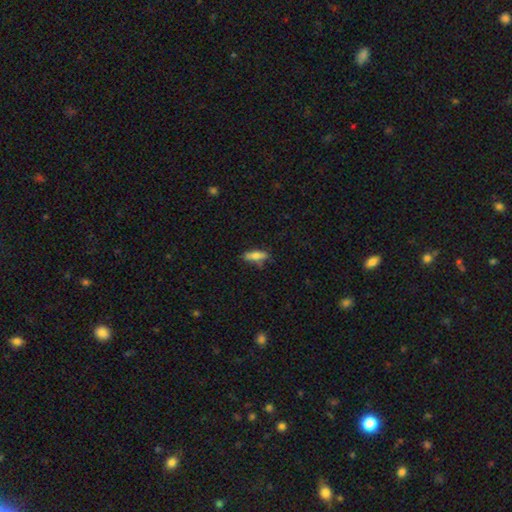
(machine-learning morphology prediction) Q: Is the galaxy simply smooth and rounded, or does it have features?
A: smooth — 68%.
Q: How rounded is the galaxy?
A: cigar-shaped — 57%.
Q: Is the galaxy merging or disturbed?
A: none — 69%.